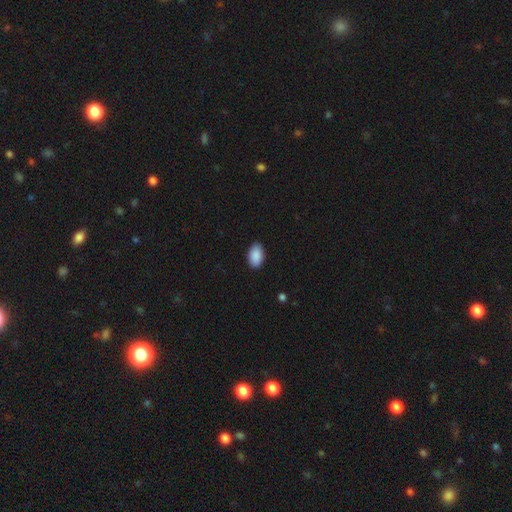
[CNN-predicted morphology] This appears to be a smooth galaxy with no disk features (90%) that is in between round and cigar-shaped (93%). Merging: none (89%).